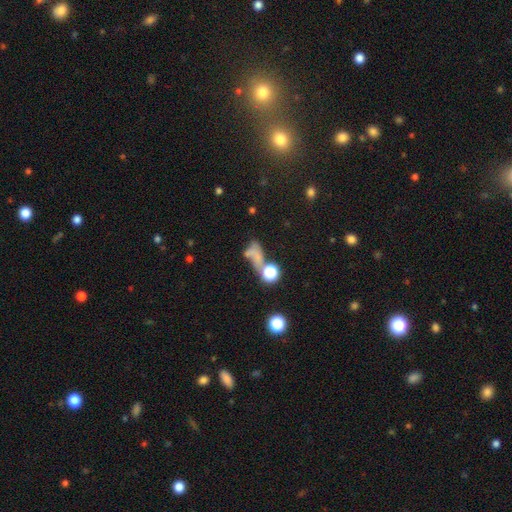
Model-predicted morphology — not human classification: A smooth galaxy with no disk features (56%) that is in between round and cigar-shaped (53%). Merging: merger (32%).